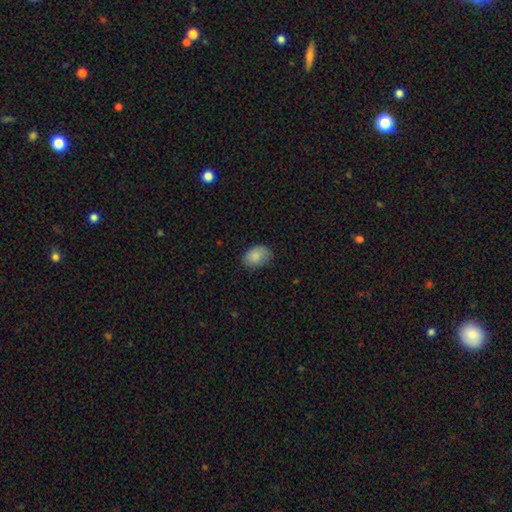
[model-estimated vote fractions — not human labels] Smooth or featured?
  - smooth: 87% *
  - star or artifact: 7%
  - featured or disk: 6%
How rounded?
  - in between: 75% *
  - round: 24%
  - cigar-shaped: 1%
Merging?
  - none: 74% *
  - minor disturbance: 21%
  - major disturbance: 4%
  - merger: 1%